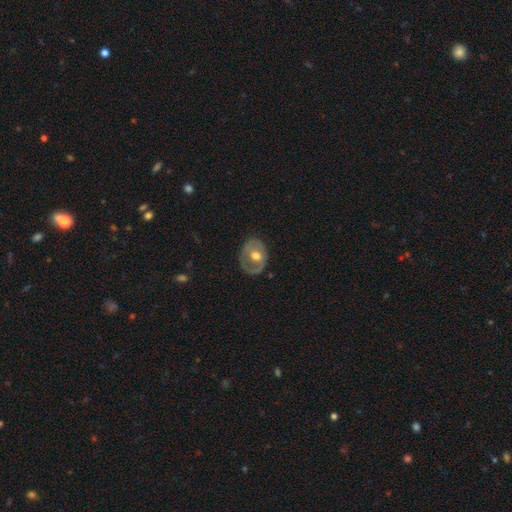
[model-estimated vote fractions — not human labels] Q: Smooth or featured?
A: featured or disk (55%); runner-up: smooth (39%)
Q: Edge-on disk?
A: no (94%); runner-up: yes (6%)
Q: Bar?
A: no (69%); runner-up: weak (24%)
Q: Spiral arms?
A: no (70%); runner-up: yes (30%)
Q: Bulge size?
A: moderate (74%); runner-up: large (15%)
Q: Merging?
A: none (67%); runner-up: minor disturbance (22%)